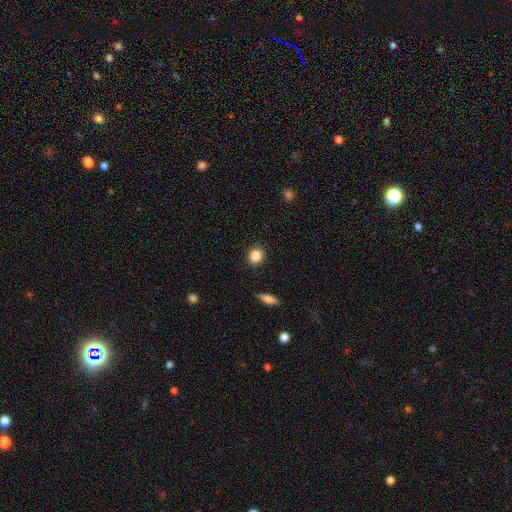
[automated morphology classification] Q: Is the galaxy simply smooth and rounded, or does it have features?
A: smooth — 87%.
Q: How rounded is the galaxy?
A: round — 78%.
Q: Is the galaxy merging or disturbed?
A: none — 88%.